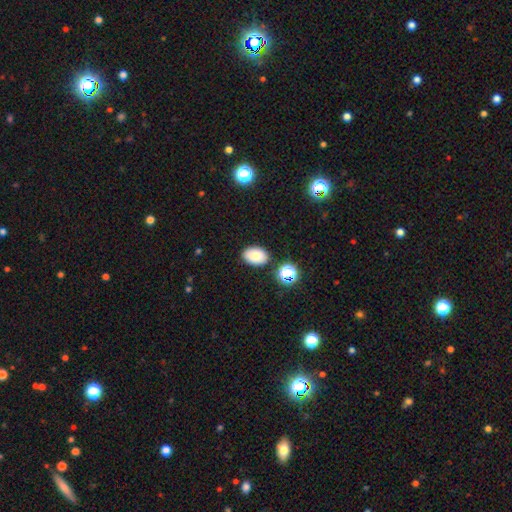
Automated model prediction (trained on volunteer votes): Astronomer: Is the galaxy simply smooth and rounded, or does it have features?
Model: smooth — 77%.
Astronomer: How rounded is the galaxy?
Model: in between — 85%.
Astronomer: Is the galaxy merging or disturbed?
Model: none — 84%.